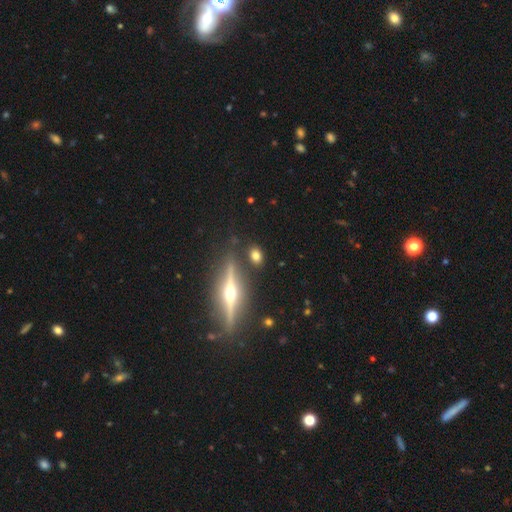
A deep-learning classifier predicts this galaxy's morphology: smooth 61%, featured or disk 27%, star or artifact 12%. Down the decision tree: how rounded — in between (52%); merging — none (83%).